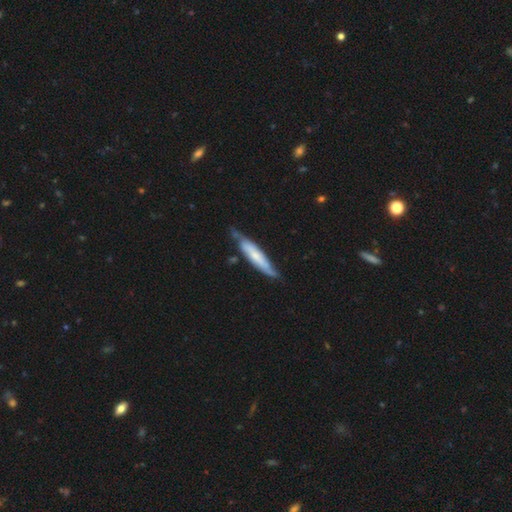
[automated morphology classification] Overall: featured or disk (51%; smooth 43%). Edge-on disk: yes (61%; no 39%). Merging: none (65%; minor disturbance 27%).